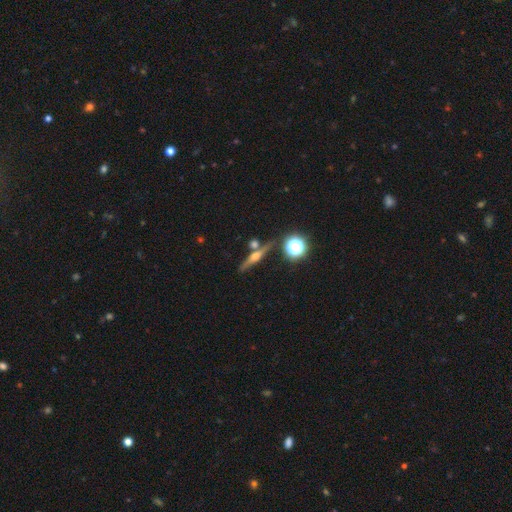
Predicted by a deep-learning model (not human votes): featured or disk 63%, smooth 25%, star or artifact 13%. Down the decision tree: edge-on disk — yes (94%); edge-on bulge — rounded (89%); merging — none (76%).